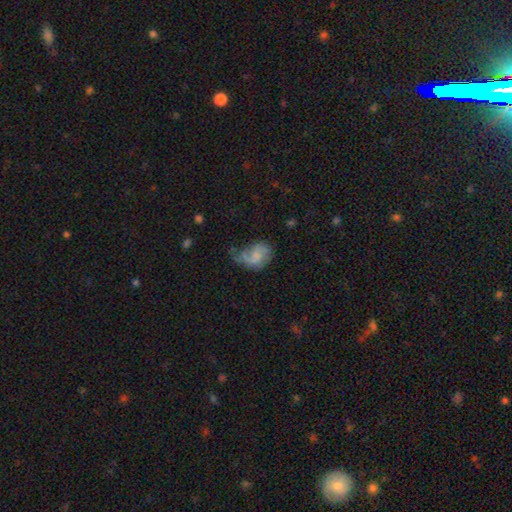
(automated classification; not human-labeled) Morphology: type=featured or disk (48%); merging=major disturbance (34%).